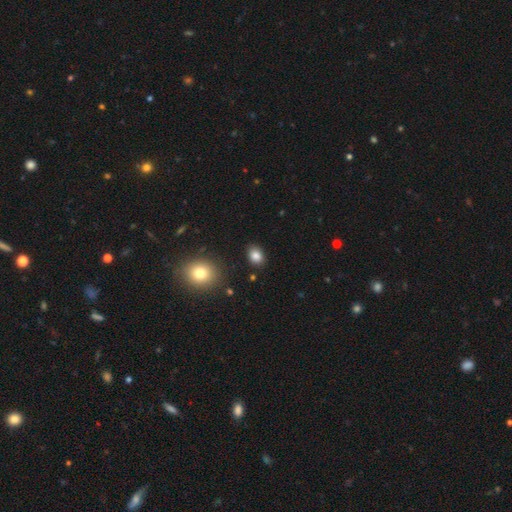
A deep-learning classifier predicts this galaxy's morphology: Smooth or featured: smooth — 84% (star or artifact — 10%)
How rounded: in between — 68% (round — 30%)
Merging: none — 87% (minor disturbance — 9%)